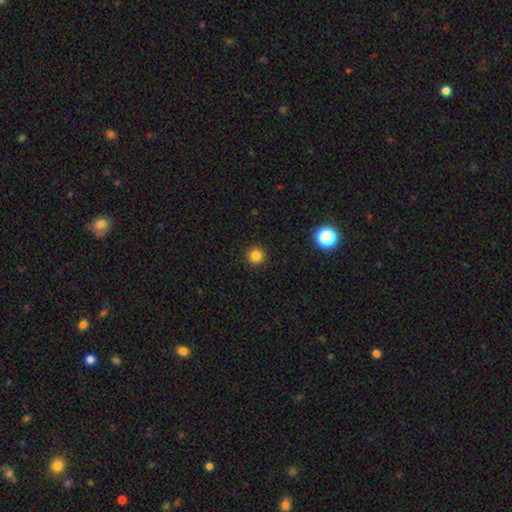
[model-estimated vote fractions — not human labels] Q: Smooth or featured?
A: smooth (82%); runner-up: star or artifact (13%)
Q: How rounded?
A: round (96%); runner-up: in between (3%)
Q: Merging?
A: none (93%); runner-up: minor disturbance (5%)